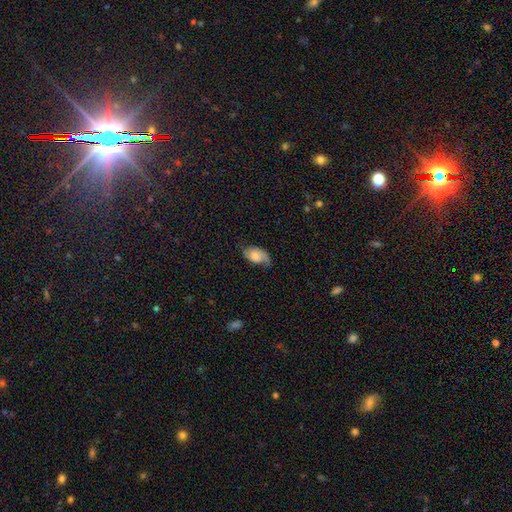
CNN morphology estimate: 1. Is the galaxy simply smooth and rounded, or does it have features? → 51% smooth, 41% featured or disk, 8% star or artifact.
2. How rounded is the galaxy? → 92% in between, 6% round, 2% cigar-shaped.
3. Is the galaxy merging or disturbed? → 58% none, 28% minor disturbance, 12% major disturbance, 2% merger.